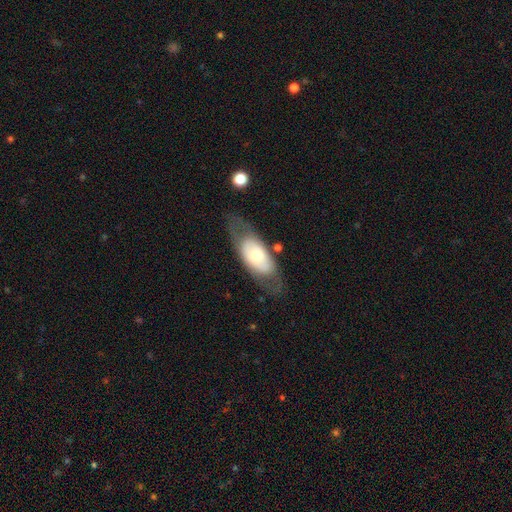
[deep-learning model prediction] Smooth or featured: smooth — 49% (featured or disk — 45%)
Merging: none — 64% (minor disturbance — 19%)